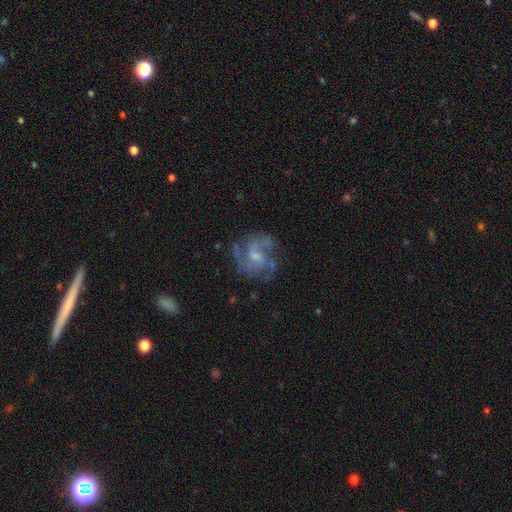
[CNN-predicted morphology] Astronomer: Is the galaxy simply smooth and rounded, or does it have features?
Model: featured or disk — 80%.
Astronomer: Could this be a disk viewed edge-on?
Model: no — 98%.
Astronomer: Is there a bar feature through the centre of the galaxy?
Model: no — 54% (runner-up: weak, 40%).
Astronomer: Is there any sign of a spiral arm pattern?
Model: yes — 90%.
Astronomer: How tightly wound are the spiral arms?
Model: medium — 51% (runner-up: loose, 27%).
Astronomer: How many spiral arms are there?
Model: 3 — 32% (runner-up: 2, 31%).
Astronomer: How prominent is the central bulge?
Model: small — 50% (runner-up: moderate, 34%).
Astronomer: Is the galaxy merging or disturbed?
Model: none — 63%.